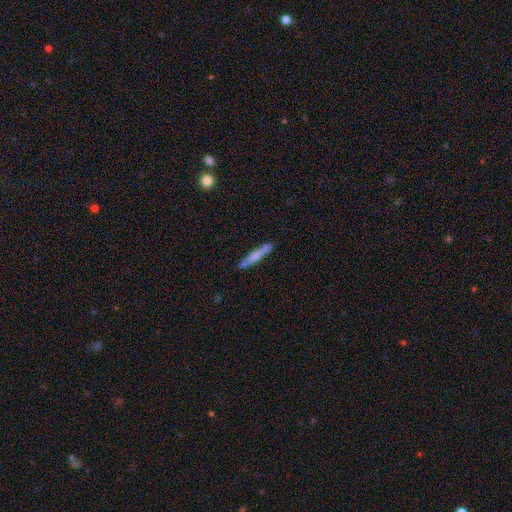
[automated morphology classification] type=smooth (62%); roundness=cigar-shaped (94%); merging=none (81%).